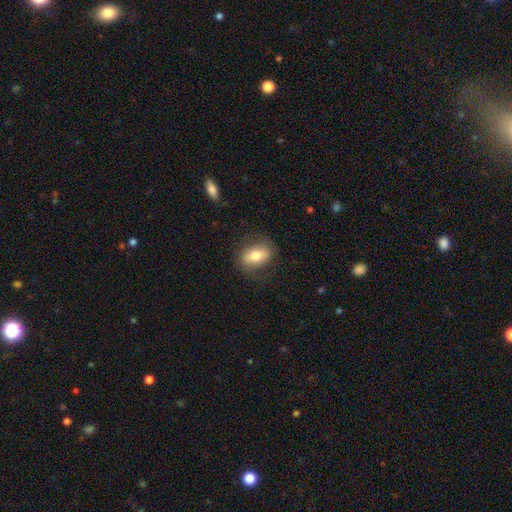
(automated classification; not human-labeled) The model was most divided on "smooth or featured": smooth: 65%, featured or disk: 28%, star or artifact: 7%. More confident: how rounded — in between (82%); merging — none (78%).